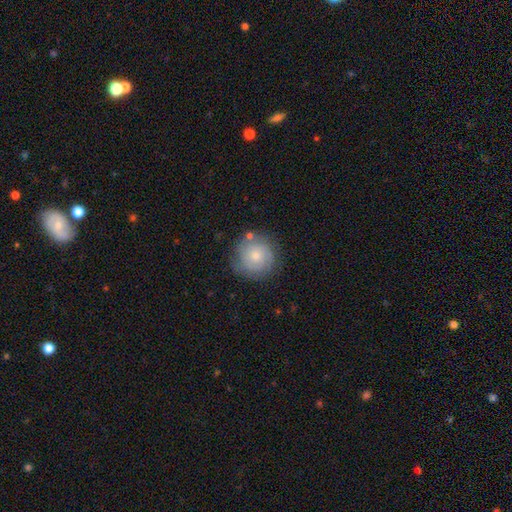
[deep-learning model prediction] Smooth or featured?
  - smooth: 59% *
  - featured or disk: 33%
  - star or artifact: 8%
How rounded?
  - round: 94% *
  - in between: 5%
  - cigar-shaped: 1%
Merging?
  - none: 75% *
  - minor disturbance: 16%
  - major disturbance: 5%
  - merger: 4%